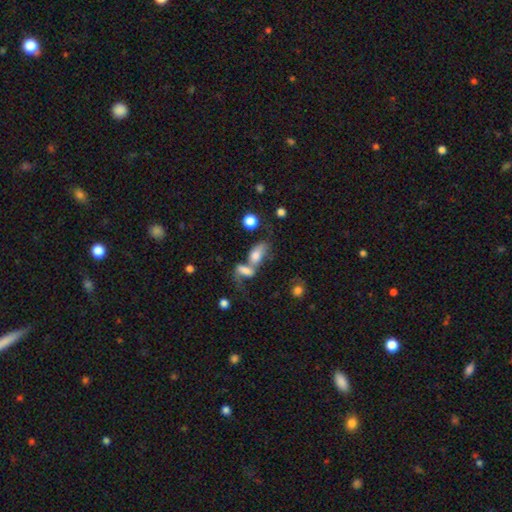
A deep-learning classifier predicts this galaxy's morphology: This appears to be a smooth galaxy with no disk features (67%) that is in between round and cigar-shaped (78%). Merging: merger (61%).